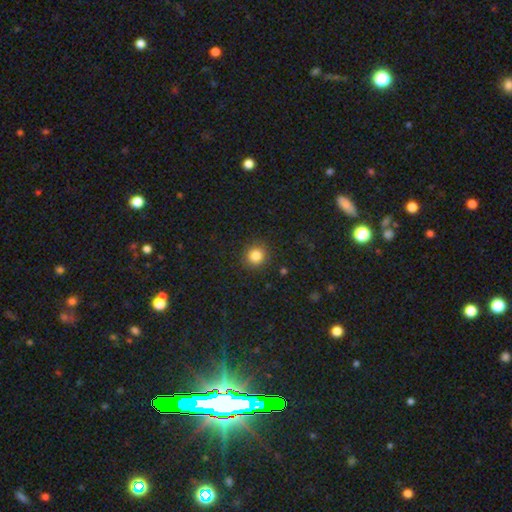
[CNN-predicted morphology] type=smooth (84%); roundness=round (91%); merging=none (90%).